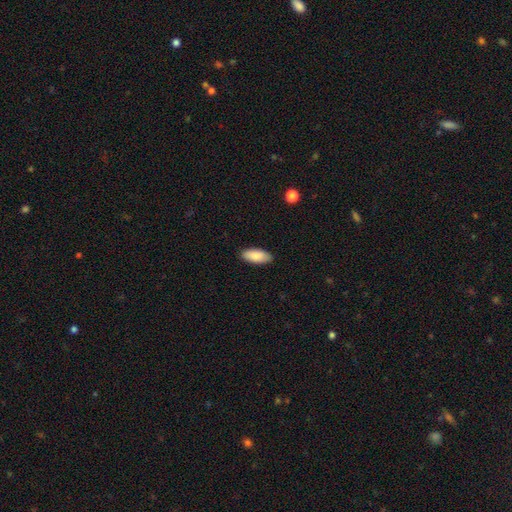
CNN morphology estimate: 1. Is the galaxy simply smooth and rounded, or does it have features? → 88% smooth, 7% featured or disk, 6% star or artifact.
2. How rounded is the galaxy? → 85% in between, 13% cigar-shaped, 2% round.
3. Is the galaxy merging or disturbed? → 88% none, 10% minor disturbance, 2% major disturbance, 1% merger.